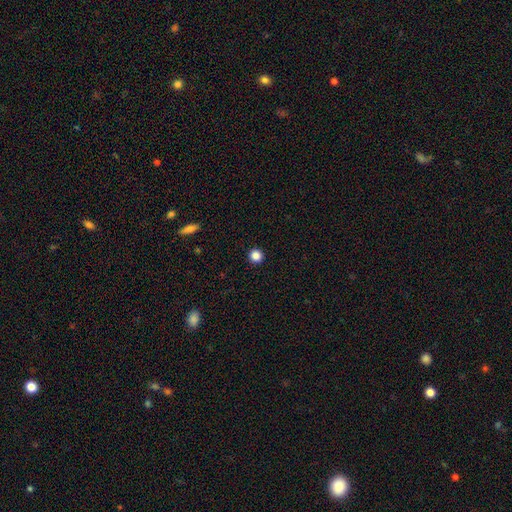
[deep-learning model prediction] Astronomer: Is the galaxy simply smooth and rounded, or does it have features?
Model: smooth — 86%.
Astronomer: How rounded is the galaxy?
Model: round — 95%.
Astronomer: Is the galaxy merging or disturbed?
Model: none — 94%.